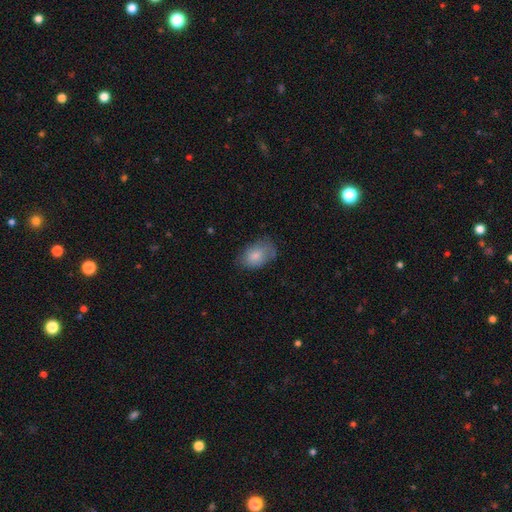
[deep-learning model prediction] Overall: smooth (80%). How rounded: in between (87%). Merging: none (65%; minor disturbance 26%).